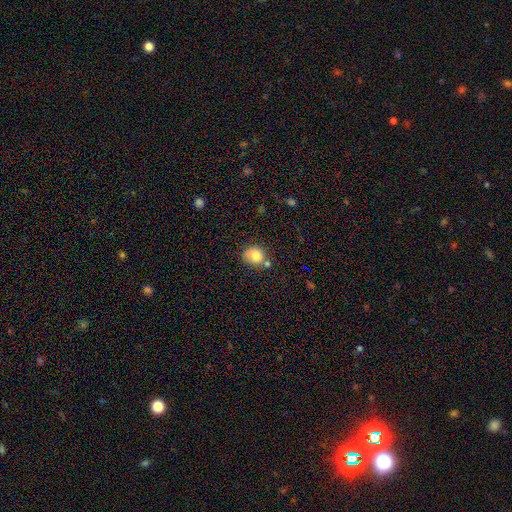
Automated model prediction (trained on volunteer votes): Smooth or featured? smooth (79%)
How rounded? round (72%)
Merging? none (57%)